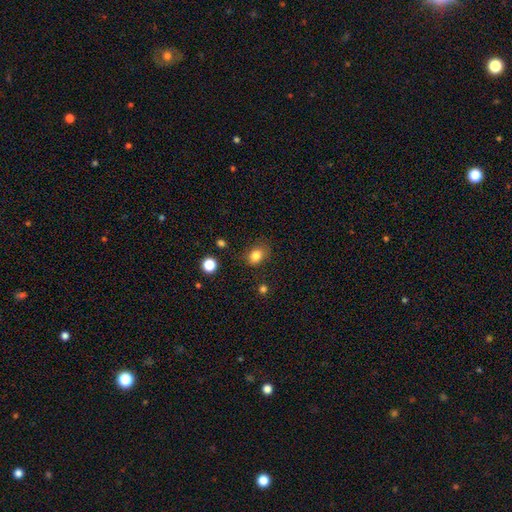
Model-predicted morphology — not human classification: Smooth or featured? Predicted: smooth (p=0.83). How rounded? Predicted: in between (p=0.59). Merging? Predicted: none (p=0.76).